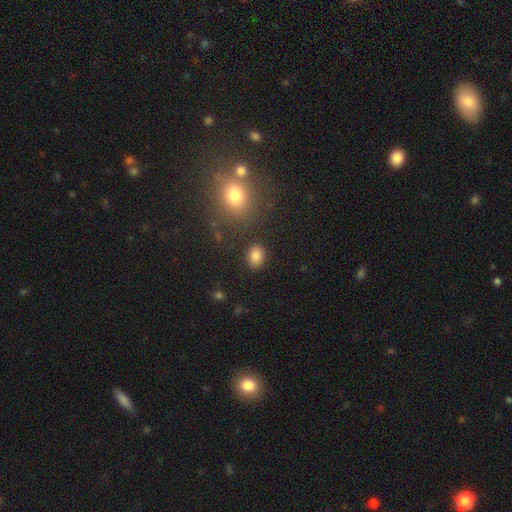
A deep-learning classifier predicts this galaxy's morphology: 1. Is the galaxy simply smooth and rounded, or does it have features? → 84% smooth, 11% star or artifact, 5% featured or disk.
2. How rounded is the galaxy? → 52% in between, 47% round, 1% cigar-shaped.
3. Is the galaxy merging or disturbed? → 86% none, 9% minor disturbance, 3% major disturbance, 3% merger.